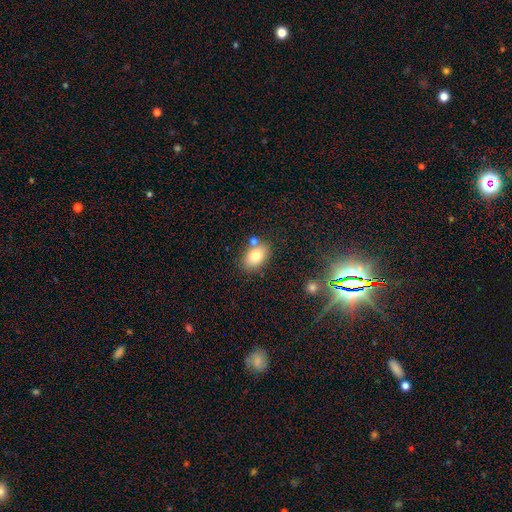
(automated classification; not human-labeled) The model was most divided on "merging": none: 73%, minor disturbance: 12%, merger: 12%, major disturbance: 3%. More confident: how rounded — in between (85%); smooth or featured — smooth (78%).